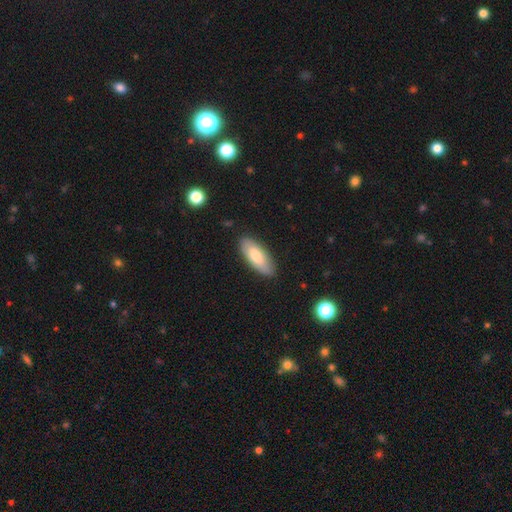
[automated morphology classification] Overall: smooth (75%). How rounded: in between (76%). Merging: none (86%).